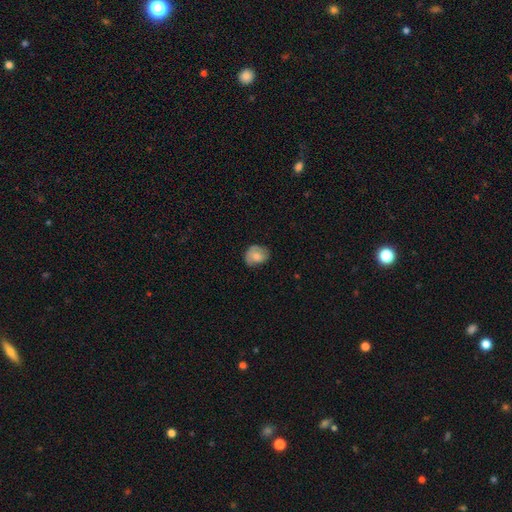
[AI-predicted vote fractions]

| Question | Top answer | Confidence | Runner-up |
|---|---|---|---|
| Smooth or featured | smooth | 67% | featured or disk (25%) |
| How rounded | round | 53% | in between (46%) |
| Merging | none | 60% | minor disturbance (29%) |